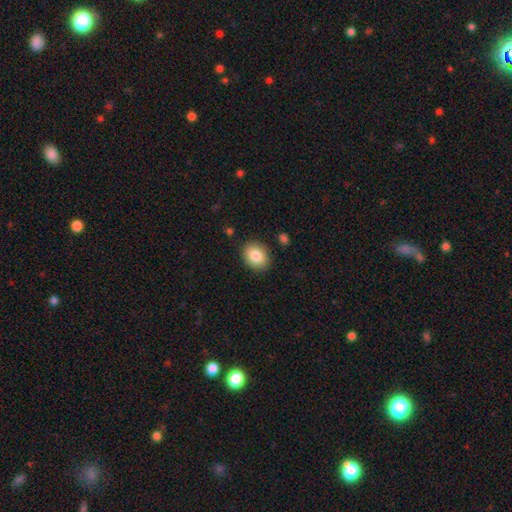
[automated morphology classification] Q: Smooth or featured?
A: smooth (84%); runner-up: star or artifact (8%)
Q: How rounded?
A: round (51%); runner-up: in between (48%)
Q: Merging?
A: none (87%); runner-up: minor disturbance (9%)